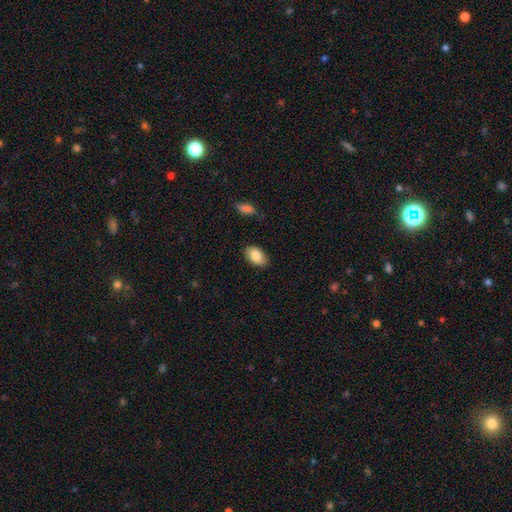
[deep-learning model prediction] This is clearly a smooth galaxy (87%). How rounded: clearly in between (93%). Merging: clearly none (84%).